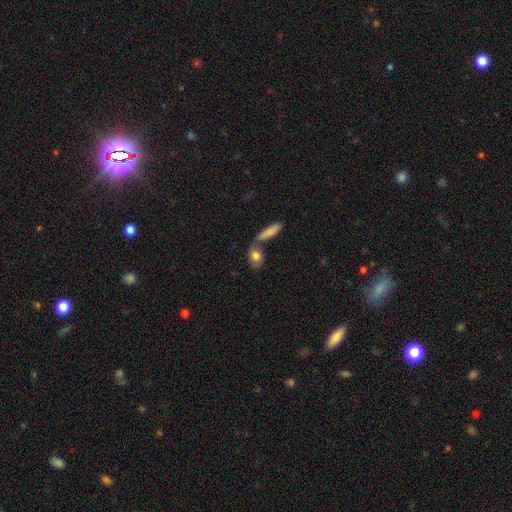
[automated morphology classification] smooth_or_featured: smooth (p=0.79) [alt: featured or disk p=0.14]
how_rounded: in between (p=0.69) [alt: round p=0.20]
merging: none (p=0.52) [alt: merger p=0.31]